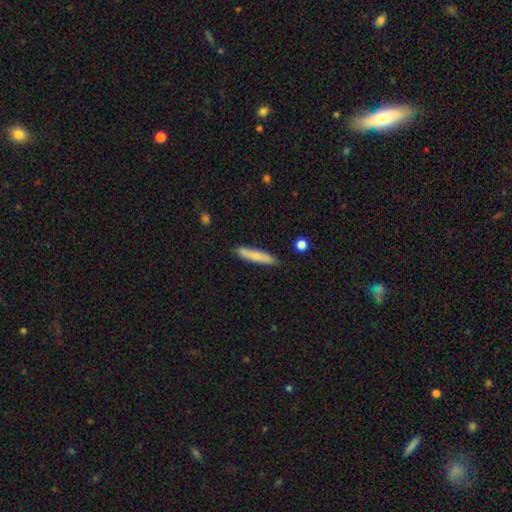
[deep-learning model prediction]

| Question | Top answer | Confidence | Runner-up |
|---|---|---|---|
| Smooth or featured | smooth | 78% | featured or disk (16%) |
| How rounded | cigar-shaped | 90% | in between (9%) |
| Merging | none | 87% | minor disturbance (10%) |